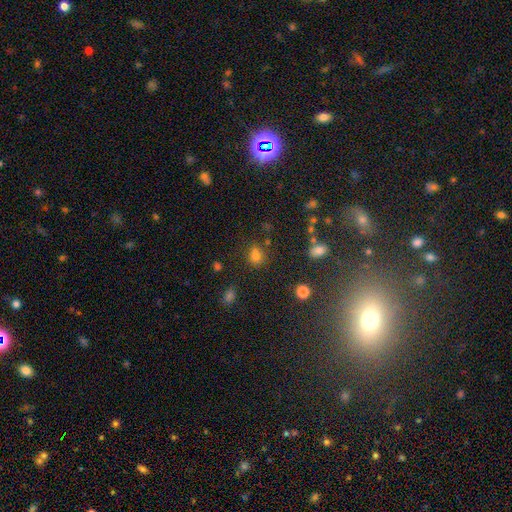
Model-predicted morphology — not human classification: smooth-or-featured: smooth: 71% | star or artifact: 21% | featured or disk: 8%
  how-rounded: round: 66% | in between: 32% | cigar-shaped: 1%
  merging: none: 65% | minor disturbance: 16% | merger: 13% | major disturbance: 6%